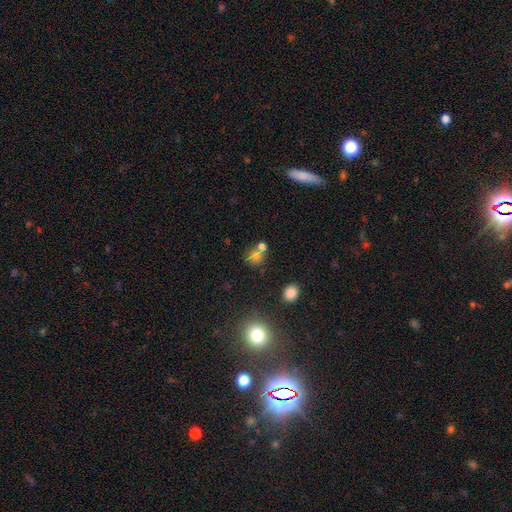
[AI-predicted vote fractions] smooth_or_featured: smooth (p=0.72) [alt: star or artifact p=0.16]
how_rounded: round (p=0.80) [alt: in between p=0.19]
merging: merger (p=0.48) [alt: none p=0.42]